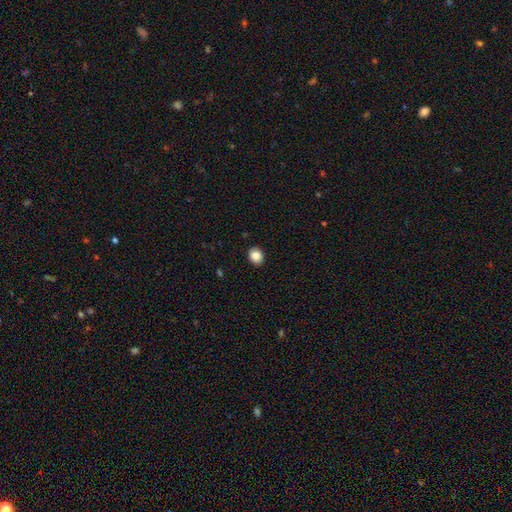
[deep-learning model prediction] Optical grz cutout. It shows a smooth galaxy with no disk features (87%) that is round (55%). Merging: none (90%).